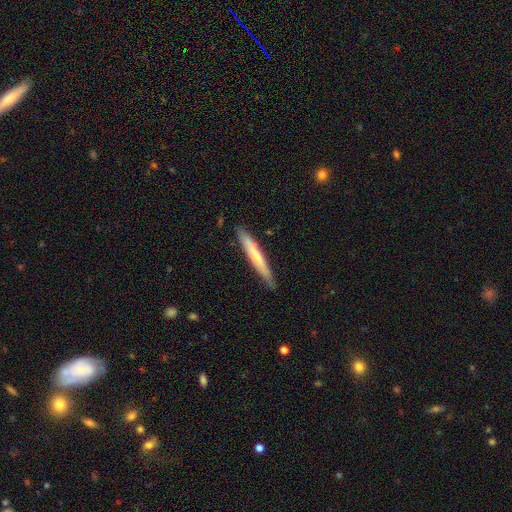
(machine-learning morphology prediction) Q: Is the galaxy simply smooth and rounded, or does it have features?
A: smooth — 54%.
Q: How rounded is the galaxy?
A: cigar-shaped — 95%.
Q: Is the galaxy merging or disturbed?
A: none — 87%.